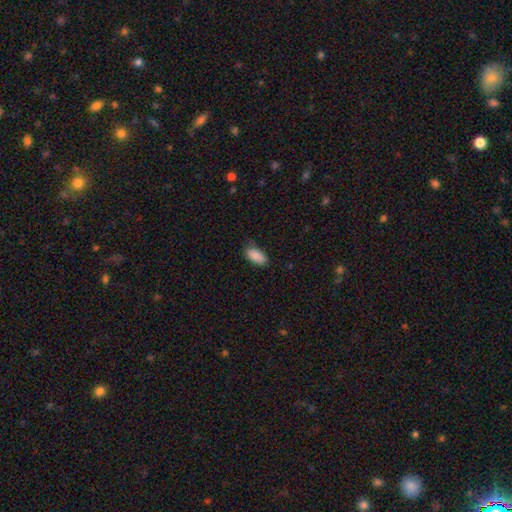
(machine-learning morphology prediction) Smooth or featured?
  - smooth: 89% *
  - star or artifact: 7%
  - featured or disk: 4%
How rounded?
  - in between: 92% *
  - cigar-shaped: 6%
  - round: 3%
Merging?
  - none: 75% *
  - minor disturbance: 20%
  - major disturbance: 3%
  - merger: 1%